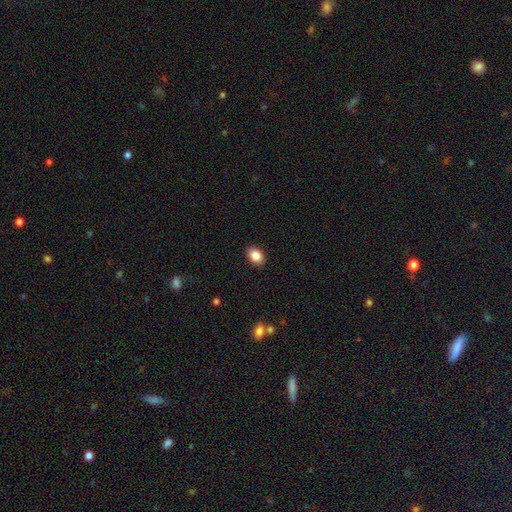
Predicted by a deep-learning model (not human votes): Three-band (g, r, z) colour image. It shows a smooth galaxy with no disk features (86%) that is in between round and cigar-shaped (76%). Merging: none (90%).